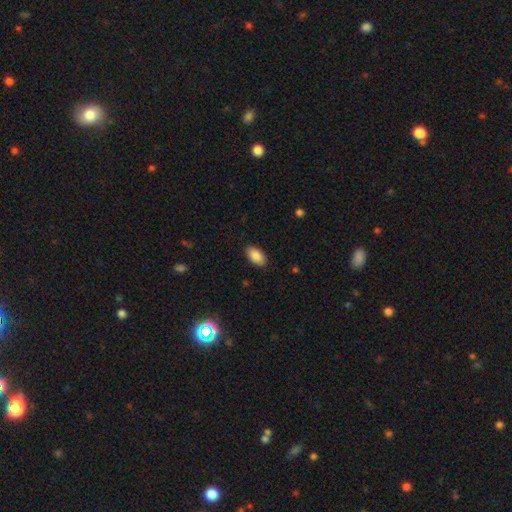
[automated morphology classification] type=smooth (88%); roundness=in between (94%); merging=none (88%).